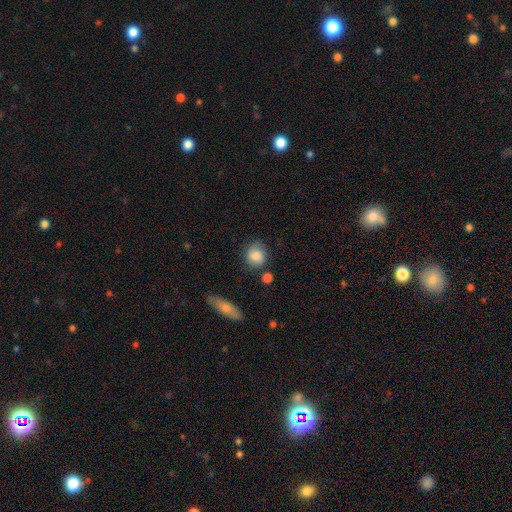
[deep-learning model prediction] This appears to be a smooth galaxy with no disk features (78%) that is round (70%). Merging: none (66%).